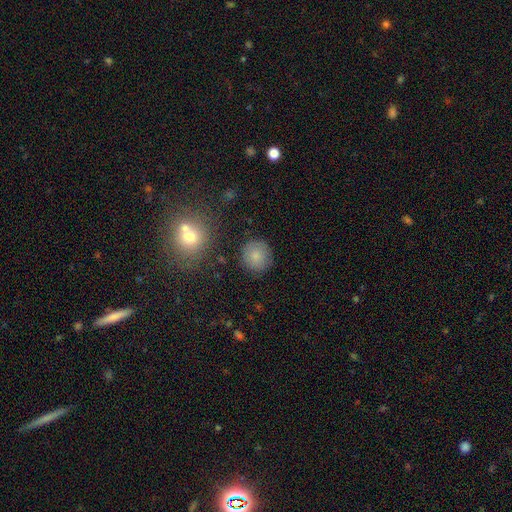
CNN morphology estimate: smooth_or_featured: smooth (p=0.84) [alt: star or artifact p=0.09]
how_rounded: round (p=0.91) [alt: in between p=0.08]
merging: none (p=0.86) [alt: minor disturbance p=0.09]